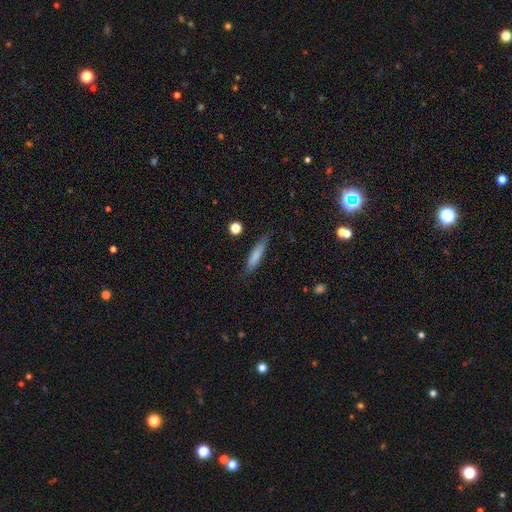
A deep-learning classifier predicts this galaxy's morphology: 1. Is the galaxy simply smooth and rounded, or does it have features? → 79% smooth, 14% featured or disk, 7% star or artifact.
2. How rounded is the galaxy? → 83% cigar-shaped, 15% in between, 2% round.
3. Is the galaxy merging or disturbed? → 81% none, 14% minor disturbance, 3% major disturbance, 2% merger.